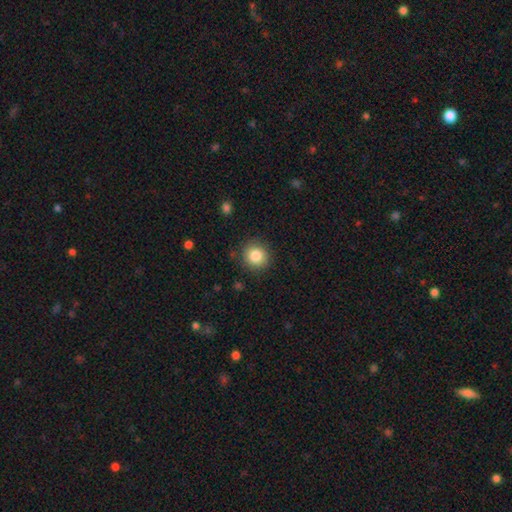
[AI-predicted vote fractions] Smooth or featured: smooth — 84% (star or artifact — 9%)
How rounded: round — 88% (in between — 11%)
Merging: none — 87% (minor disturbance — 9%)